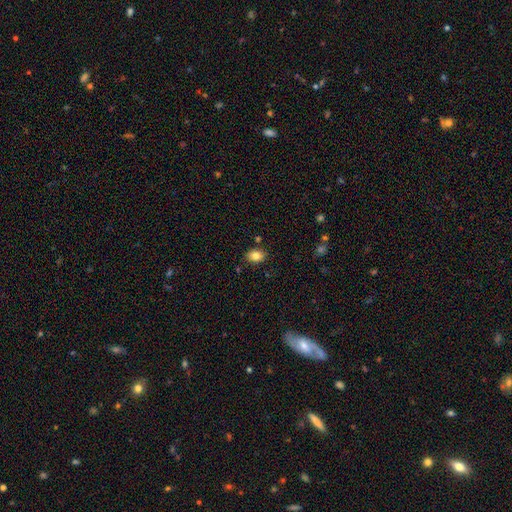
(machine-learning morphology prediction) A smooth galaxy with no disk features (82%) that is in between round and cigar-shaped (75%).

Vote fractions:
- Smooth or featured? smooth: 82% / star or artifact: 9% / featured or disk: 9%
- How rounded? in between: 75% / round: 24% / cigar-shaped: 1%
- Merging? none: 84% / minor disturbance: 11% / merger: 3% / major disturbance: 2%